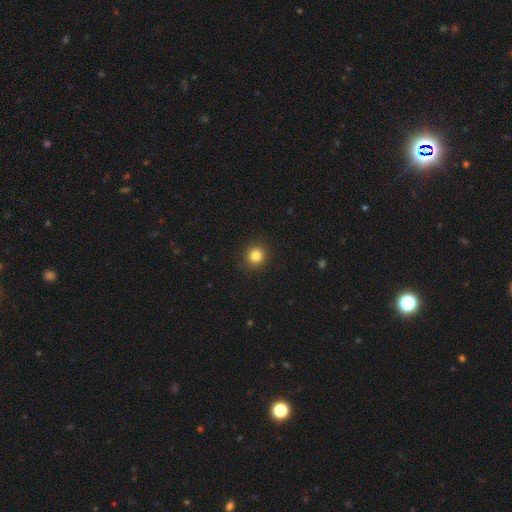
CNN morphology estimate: A smooth galaxy with no disk features (83%) that is round (91%).

Vote fractions:
- Smooth or featured? smooth: 83% / star or artifact: 12% / featured or disk: 5%
- How rounded? round: 91% / in between: 8% / cigar-shaped: 1%
- Merging? none: 92% / minor disturbance: 5% / major disturbance: 2% / merger: 1%